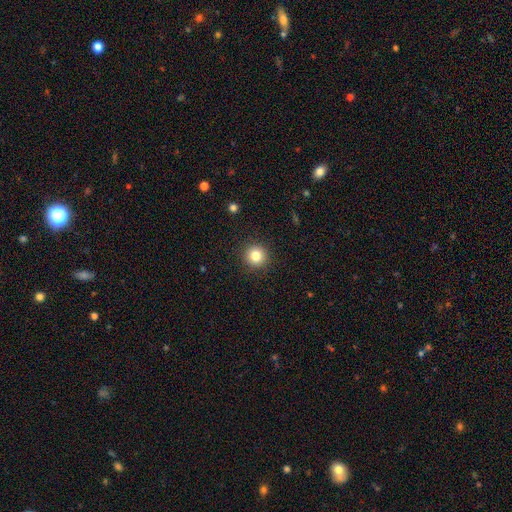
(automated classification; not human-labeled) This appears to be a smooth galaxy with no disk features (82%) that is round (95%). Merging: none (92%).